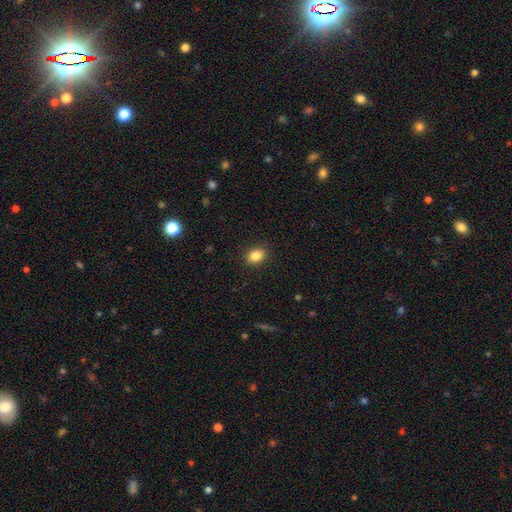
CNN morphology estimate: Smooth or featured: smooth — 85% (star or artifact — 9%)
How rounded: in between — 65% (round — 34%)
Merging: none — 89% (minor disturbance — 8%)